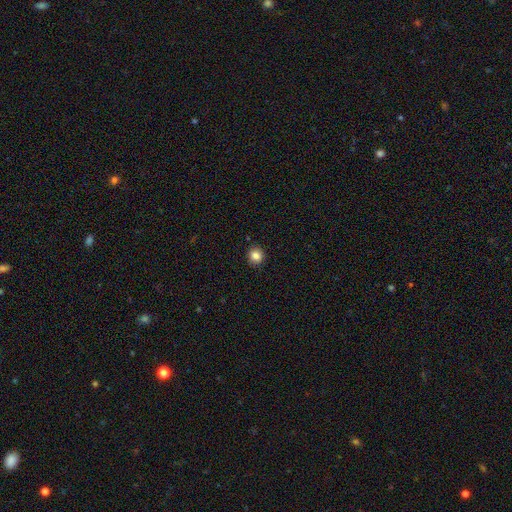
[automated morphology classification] Smooth or featured? smooth (84%)
How rounded? round (89%)
Merging? none (91%)